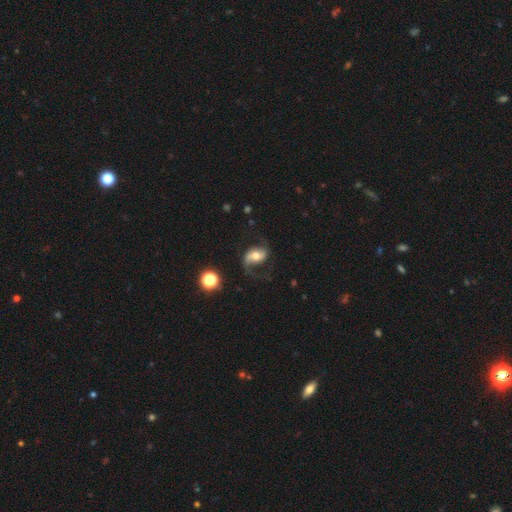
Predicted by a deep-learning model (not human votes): smooth-or-featured: featured or disk: 71% | smooth: 21% | star or artifact: 8%
  disk-edge-on: no: 96% | yes: 4%
    bar: no: 43% | weak: 35% | strong: 22%
    has-spiral-arms: yes: 91% | no: 9%
      spiral-winding: loose: 63% | medium: 29% | tight: 7%
      spiral-arm-count: 2: 81% | 1: 13% | can't tell: 3% | 3: 1% | 4: 1% | more than 4: 1%
    bulge-size: moderate: 68% | small: 17% | large: 11% | dominant: 2% | none: 1%
  merging: none: 60% | major disturbance: 19% | minor disturbance: 19% | merger: 2%